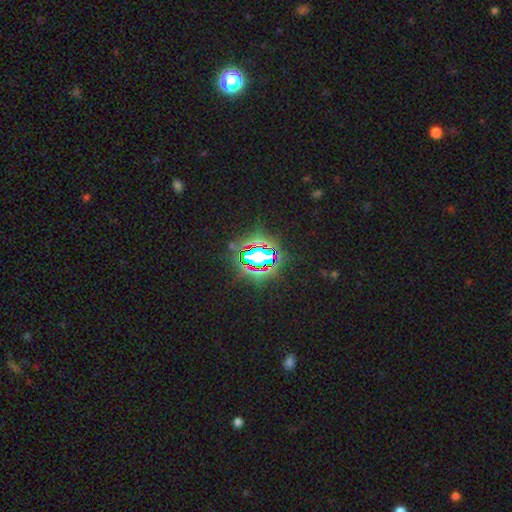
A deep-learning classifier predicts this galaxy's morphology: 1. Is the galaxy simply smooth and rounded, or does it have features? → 74% star or artifact, 15% smooth, 11% featured or disk.